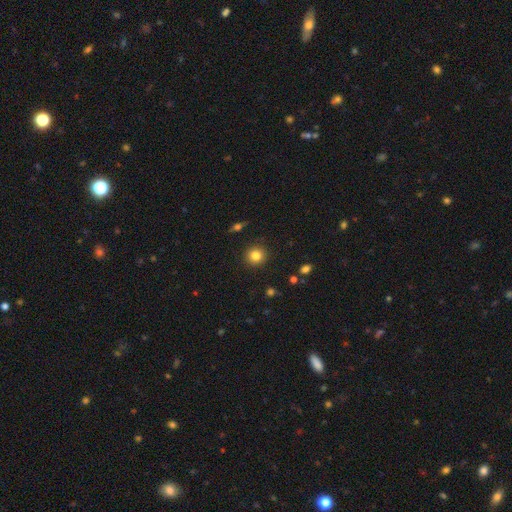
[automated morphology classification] Smooth or featured?
  - smooth: 83% *
  - star or artifact: 11%
  - featured or disk: 7%
How rounded?
  - round: 92% *
  - in between: 7%
  - cigar-shaped: 1%
Merging?
  - none: 91% *
  - minor disturbance: 6%
  - major disturbance: 2%
  - merger: 1%